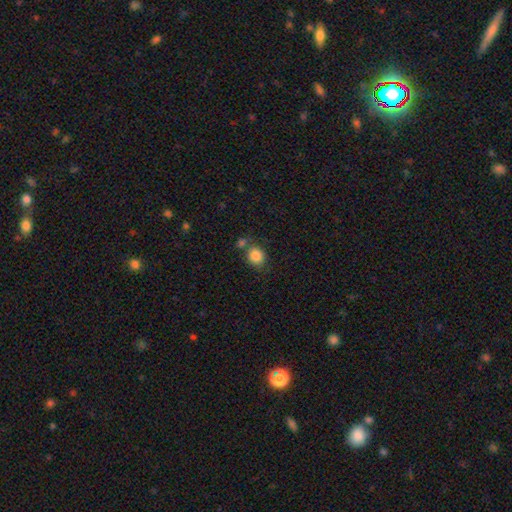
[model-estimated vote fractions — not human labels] A smooth galaxy with no disk features (85%) that is round (72%).

Vote fractions:
- Smooth or featured? smooth: 85% / star or artifact: 9% / featured or disk: 5%
- How rounded? round: 72% / in between: 27% / cigar-shaped: 1%
- Merging? none: 65% / merger: 19% / minor disturbance: 12% / major disturbance: 4%